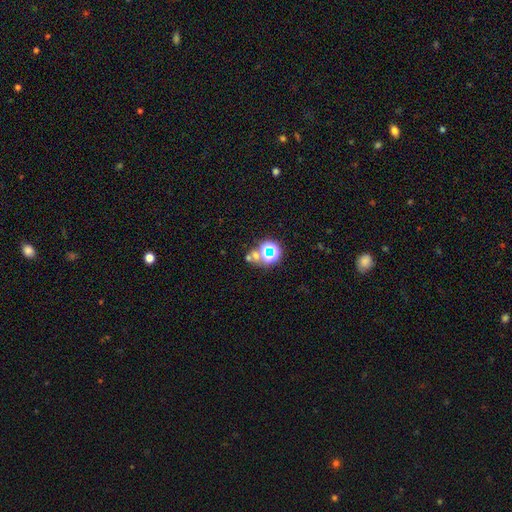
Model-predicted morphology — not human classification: smooth-or-featured: star or artifact: 54% | smooth: 34% | featured or disk: 12%